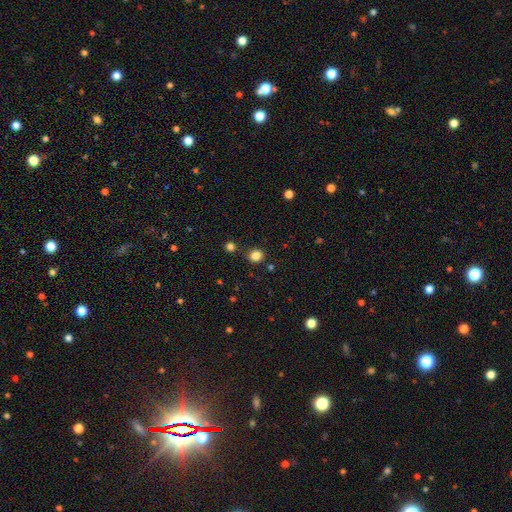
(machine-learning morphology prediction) smooth_or_featured: smooth (p=0.83) [alt: star or artifact p=0.13]
how_rounded: round (p=0.79) [alt: in between p=0.20]
merging: none (p=0.84) [alt: minor disturbance p=0.09]